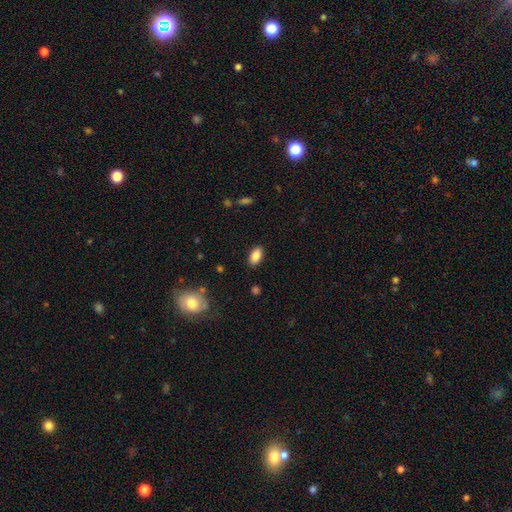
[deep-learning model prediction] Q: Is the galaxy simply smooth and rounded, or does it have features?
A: smooth — 87%.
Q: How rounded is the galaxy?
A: in between — 92%.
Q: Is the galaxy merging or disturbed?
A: none — 87%.